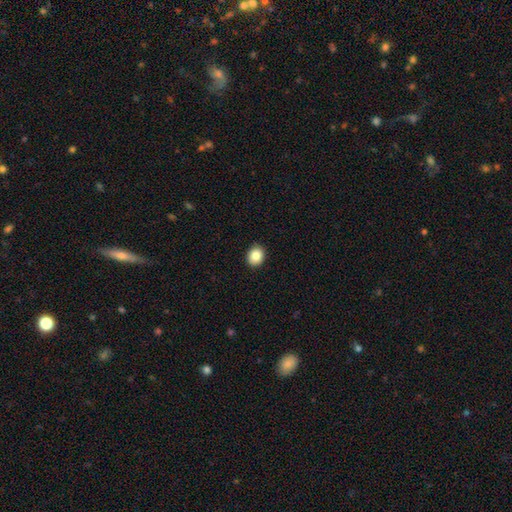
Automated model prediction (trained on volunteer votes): Smooth or featured?
  - smooth: 86% *
  - star or artifact: 9%
  - featured or disk: 6%
How rounded?
  - round: 54% *
  - in between: 45%
  - cigar-shaped: 1%
Merging?
  - none: 91% *
  - minor disturbance: 6%
  - major disturbance: 2%
  - merger: 1%